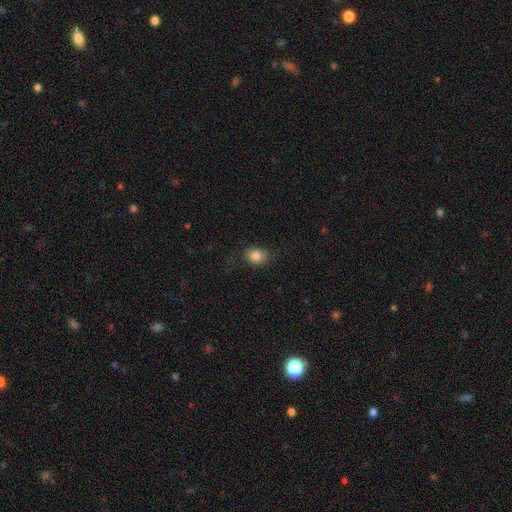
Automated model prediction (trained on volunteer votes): Smooth or featured?
  - smooth: 83% *
  - star or artifact: 10%
  - featured or disk: 6%
How rounded?
  - round: 49% * (tied)
  - in between: 49% * (tied)
  - cigar-shaped: 1%
Merging?
  - none: 78% *
  - minor disturbance: 16%
  - major disturbance: 5%
  - merger: 1%